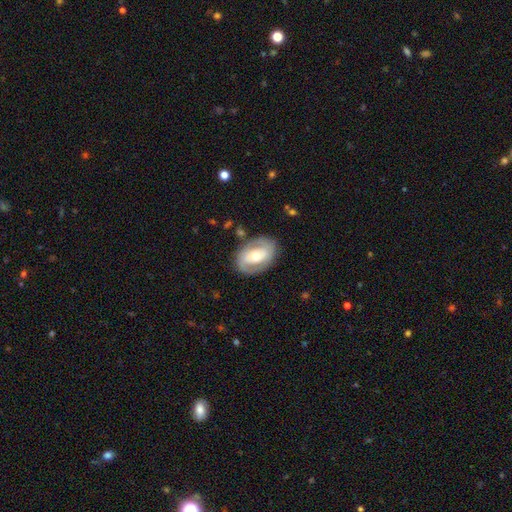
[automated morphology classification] The model was most divided on "spiral arms": yes: 53%, no: 47%. Remaining: edge-on disk — no (94%); merging — none (80%); bulge size — moderate (70%); smooth or featured — featured or disk (64%); bar — no (49%).